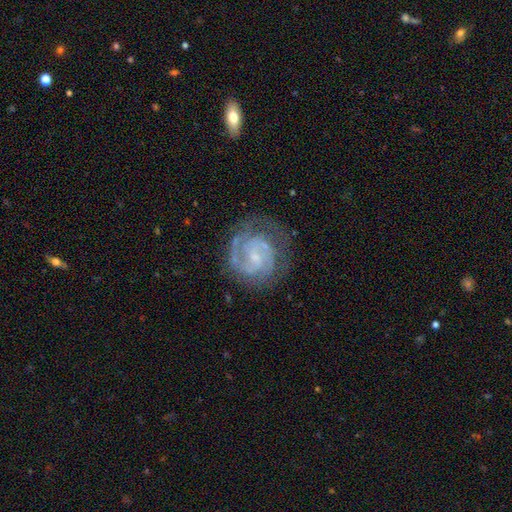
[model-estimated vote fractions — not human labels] Smooth or featured?
  - featured or disk: 87% *
  - smooth: 7%
  - star or artifact: 5%
Edge-on disk?
  - no: 98% *
  - yes: 2%
Bar?
  - weak: 47% *
  - no: 43%
  - strong: 10%
Spiral arms?
  - yes: 97% *
  - no: 3%
Spiral winding?
  - tight: 57% *
  - medium: 36%
  - loose: 7%
Spiral arm count?
  - 2: 66% *
  - 3: 12%
  - can't tell: 12%
  - 1: 5%
  - 4: 3%
  - more than 4: 3%
Bulge size?
  - small: 63% *
  - moderate: 18%
  - none: 16%
  - large: 1%
  - dominant: 1%
Merging?
  - none: 70% *
  - minor disturbance: 18%
  - major disturbance: 10%
  - merger: 2%